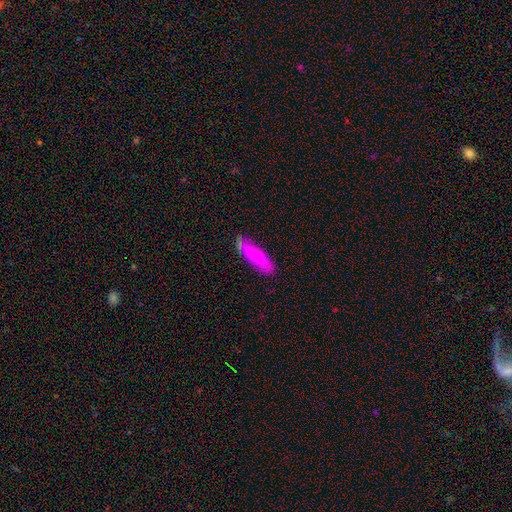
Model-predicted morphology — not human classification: type=smooth (75%); roundness=cigar-shaped (61%); merging=none (76%).